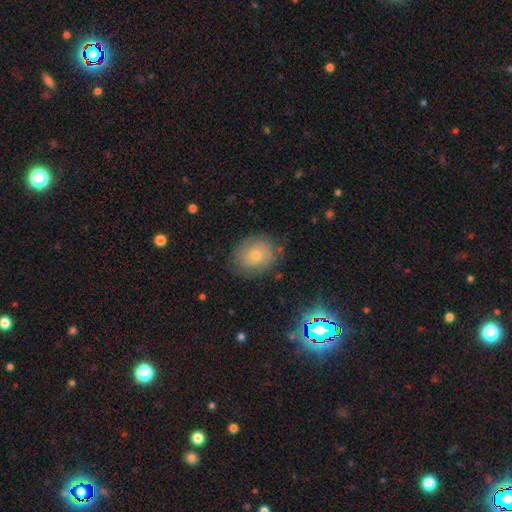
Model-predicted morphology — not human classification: Smooth or featured? Predicted: smooth (p=0.50). Merging? Predicted: none (p=0.79).